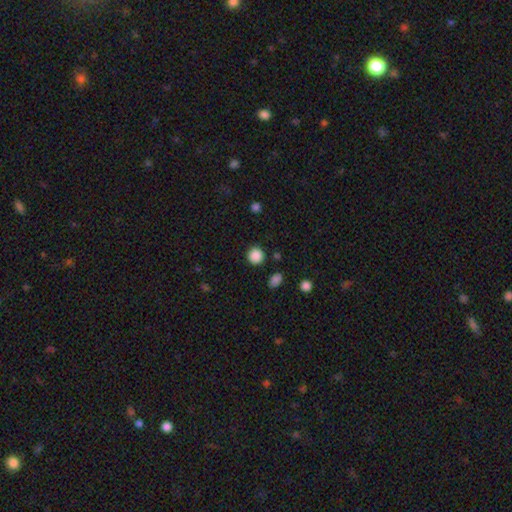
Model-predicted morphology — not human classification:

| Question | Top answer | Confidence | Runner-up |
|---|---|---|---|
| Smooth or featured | smooth | 87% | star or artifact (10%) |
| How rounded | round | 92% | in between (7%) |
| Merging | none | 88% | minor disturbance (7%) |